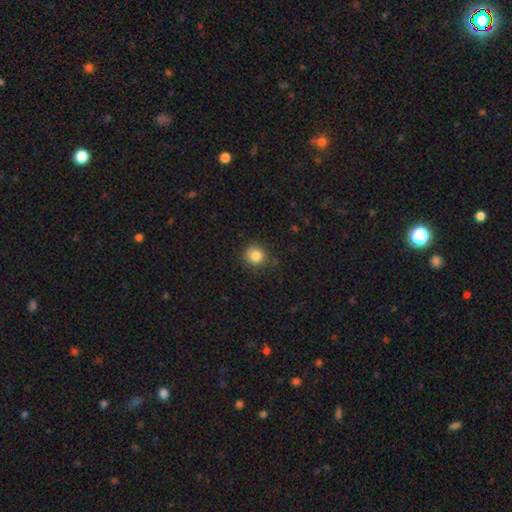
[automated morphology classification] This appears to be a smooth galaxy with no disk features (84%) that is round (90%). Merging: none (81%).